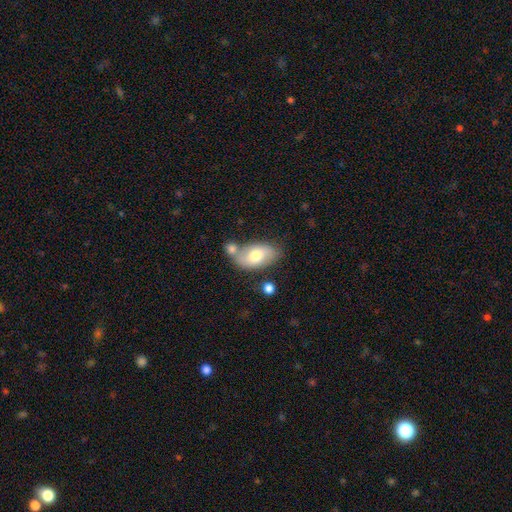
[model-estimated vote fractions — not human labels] A smooth galaxy with no disk features (62%) that is in between round and cigar-shaped (92%).

Vote fractions:
- Smooth or featured? smooth: 62% / featured or disk: 32% / star or artifact: 6%
- How rounded? in between: 92% / round: 6% / cigar-shaped: 2%
- Merging? none: 52% / merger: 25% / minor disturbance: 18% / major disturbance: 6%